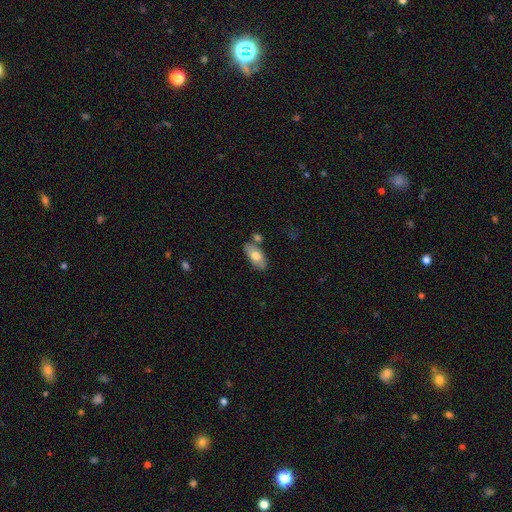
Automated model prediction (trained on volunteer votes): Q: Smooth or featured?
A: smooth (68%); runner-up: featured or disk (26%)
Q: How rounded?
A: in between (92%); runner-up: cigar-shaped (5%)
Q: Merging?
A: none (72%); runner-up: minor disturbance (14%)